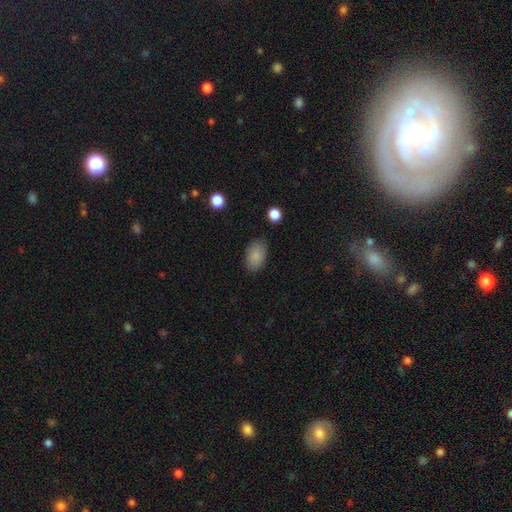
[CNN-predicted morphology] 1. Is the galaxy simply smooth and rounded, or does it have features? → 86% smooth, 8% star or artifact, 6% featured or disk.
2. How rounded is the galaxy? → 89% in between, 10% round, 1% cigar-shaped.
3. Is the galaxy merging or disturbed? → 81% none, 14% minor disturbance, 3% major disturbance, 1% merger.